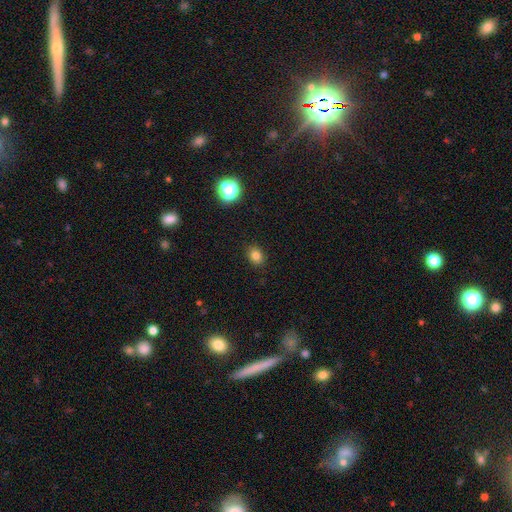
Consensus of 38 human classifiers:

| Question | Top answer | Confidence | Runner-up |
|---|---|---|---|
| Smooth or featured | smooth | 92% | star or artifact (5%) |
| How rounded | round | 66% | in between (31%) |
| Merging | none | 86% | minor disturbance (14%) |